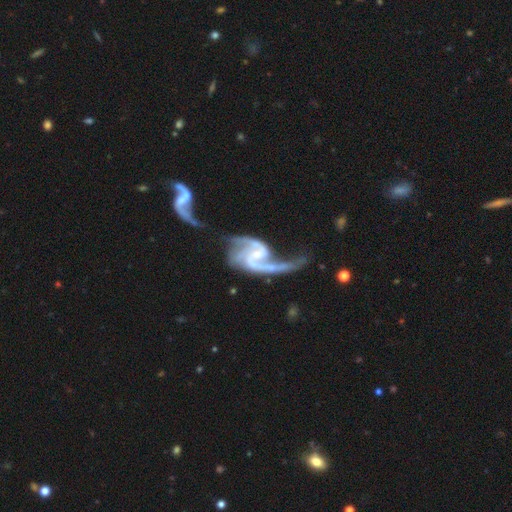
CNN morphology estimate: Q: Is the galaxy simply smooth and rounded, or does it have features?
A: featured or disk — 92%.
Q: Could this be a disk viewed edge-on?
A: no — 98%.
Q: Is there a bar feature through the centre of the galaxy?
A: weak — 47%.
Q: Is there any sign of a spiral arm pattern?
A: yes — 98%.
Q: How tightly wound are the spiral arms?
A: loose — 49%.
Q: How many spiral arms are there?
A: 2 — 60%.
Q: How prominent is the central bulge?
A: small — 59%.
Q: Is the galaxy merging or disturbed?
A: major disturbance — 38%.